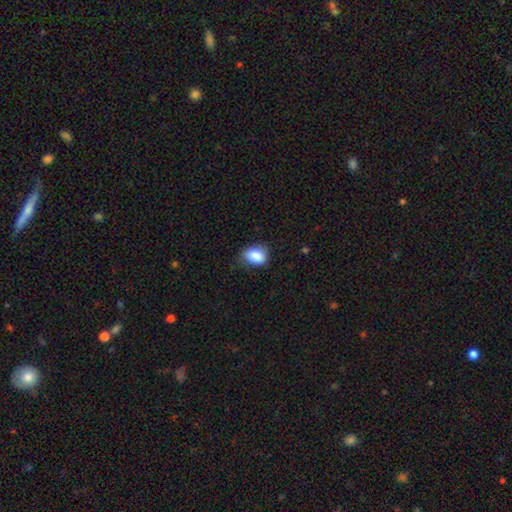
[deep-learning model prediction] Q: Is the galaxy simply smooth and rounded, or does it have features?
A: smooth — 87%.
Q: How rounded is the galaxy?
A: in between — 76%.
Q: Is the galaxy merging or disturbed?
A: none — 68%.